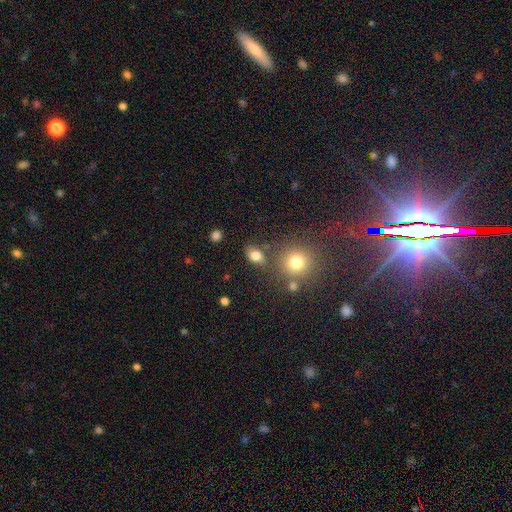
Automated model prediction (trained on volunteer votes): smooth 80%, star or artifact 12%, featured or disk 8%. Down the decision tree: how rounded — in between (79%); merging — none (73%).